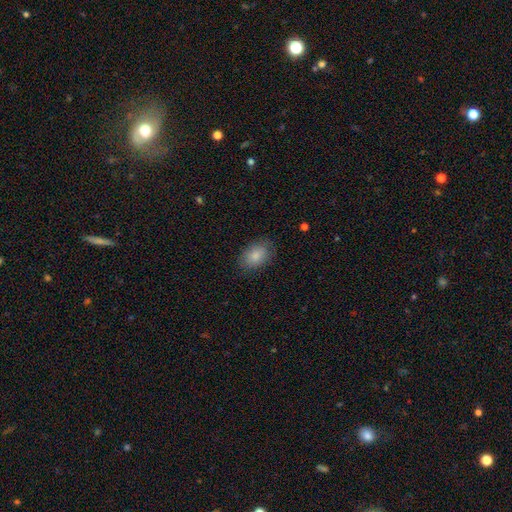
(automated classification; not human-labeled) smooth 85%, featured or disk 8%, star or artifact 7%. Down the decision tree: how rounded — in between (86%); merging — none (82%).